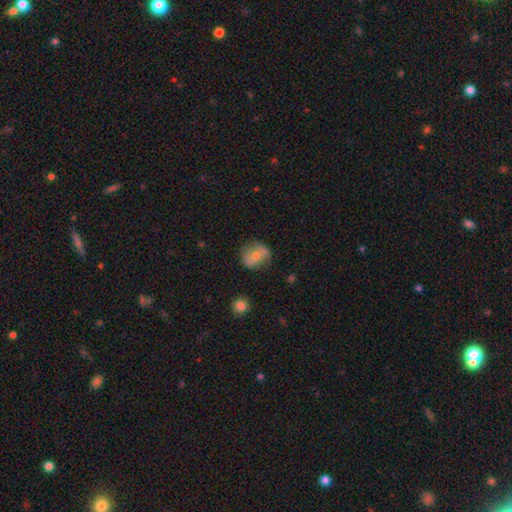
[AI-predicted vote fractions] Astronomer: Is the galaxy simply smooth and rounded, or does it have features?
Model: smooth — 55% (runner-up: featured or disk, 37%).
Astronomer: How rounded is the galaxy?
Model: round — 53% (runner-up: in between, 45%).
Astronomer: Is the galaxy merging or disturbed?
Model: none — 62%.